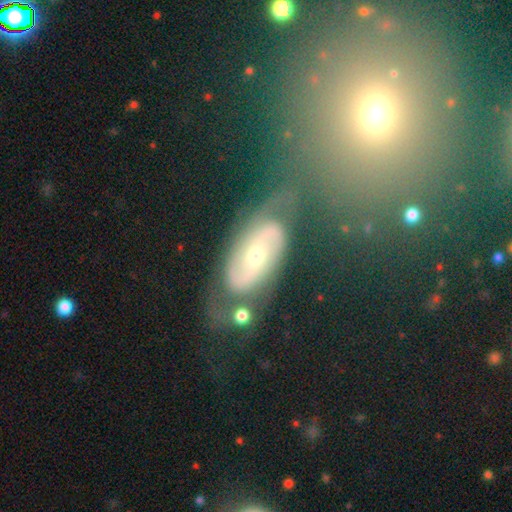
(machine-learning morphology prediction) smooth-or-featured: featured or disk: 80% | smooth: 12% | star or artifact: 8%
  disk-edge-on: no: 94% | yes: 6%
    bar: no: 49% | weak: 33% | strong: 18%
    has-spiral-arms: yes: 91% | no: 9%
      spiral-winding: tight: 44% | medium: 40% | loose: 16%
      spiral-arm-count: 2: 84% | can't tell: 9% | 3: 2% | 1: 2% | 4: 1% | more than 4: 1%
    bulge-size: moderate: 50% | small: 47% | large: 2% | none: 1% | dominant: 1%
  merging: none: 65% | minor disturbance: 18% | major disturbance: 9% | merger: 8%